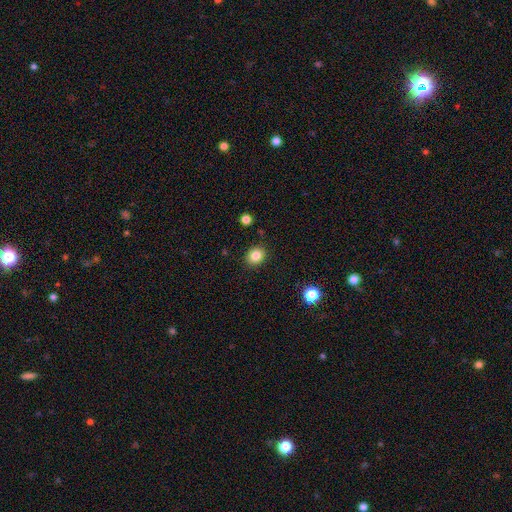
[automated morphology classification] A smooth galaxy with no disk features (84%) that is round (62%). Merging: none (88%).